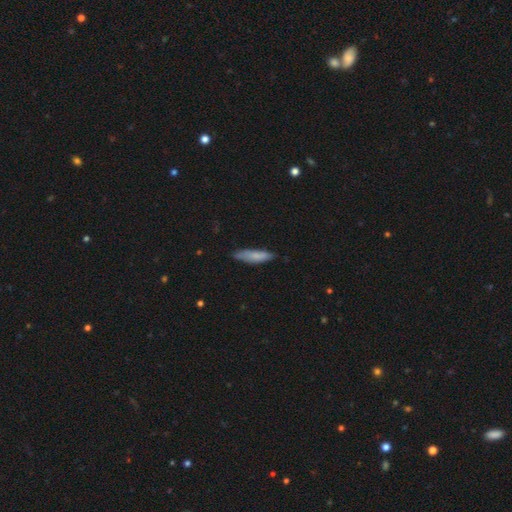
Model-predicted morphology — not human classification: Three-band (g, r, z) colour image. It shows a smooth galaxy with no disk features (78%) that is cigar-shaped (73%). Merging: none (75%).